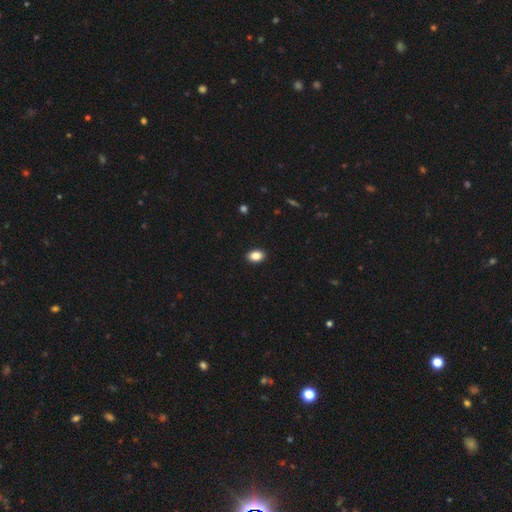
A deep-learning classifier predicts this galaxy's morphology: Q: Smooth or featured?
A: smooth (86%); runner-up: star or artifact (9%)
Q: How rounded?
A: in between (82%); runner-up: round (17%)
Q: Merging?
A: none (91%); runner-up: minor disturbance (7%)